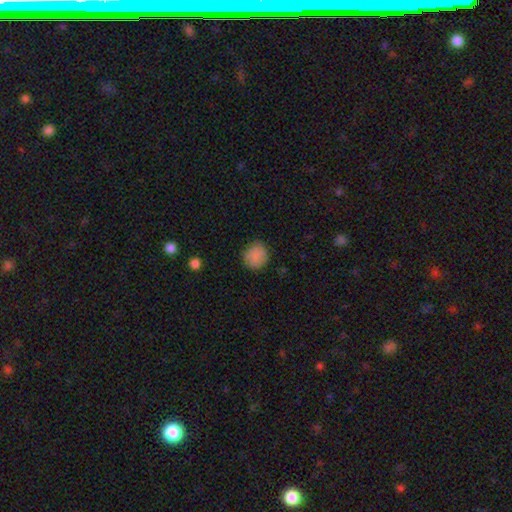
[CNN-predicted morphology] smooth_or_featured: smooth (p=0.86) [alt: star or artifact p=0.09]
how_rounded: round (p=0.87) [alt: in between p=0.12]
merging: none (p=0.82) [alt: minor disturbance p=0.14]